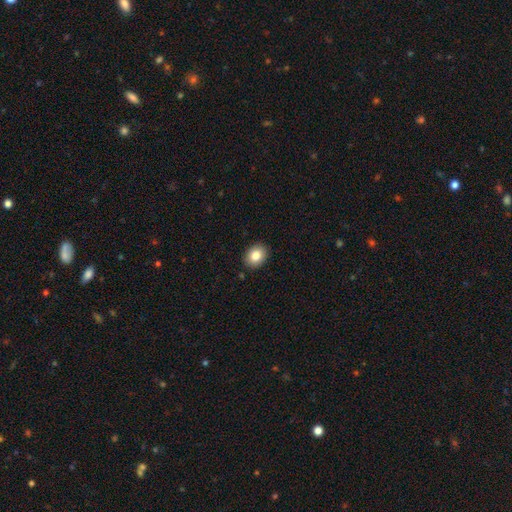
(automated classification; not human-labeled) smooth_or_featured: smooth (p=0.84) [alt: star or artifact p=0.09]
how_rounded: in between (p=0.57) [alt: round p=0.42]
merging: none (p=0.90) [alt: minor disturbance p=0.07]